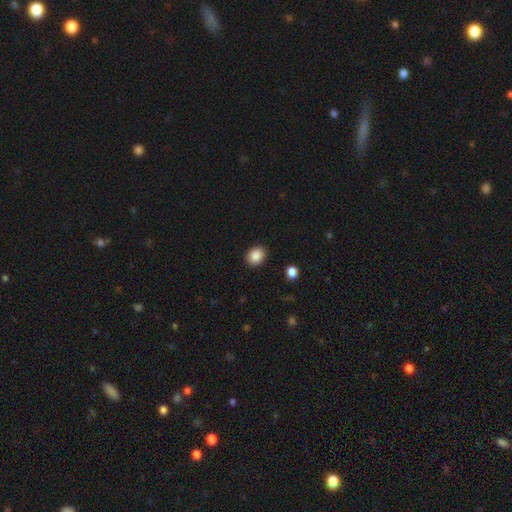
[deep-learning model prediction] A smooth galaxy with no disk features (88%) that is round (51%). Merging: none (89%).